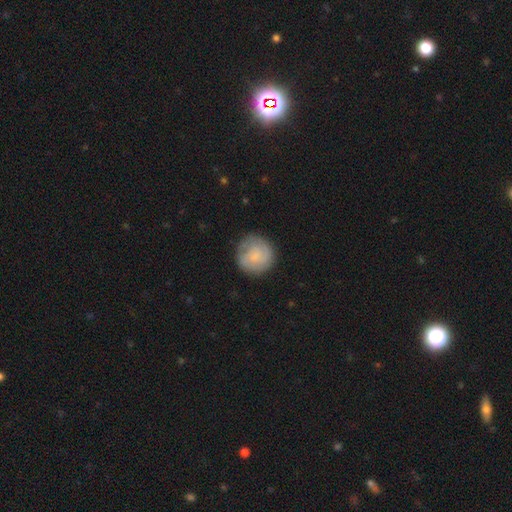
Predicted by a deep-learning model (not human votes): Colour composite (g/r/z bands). It shows a smooth galaxy with no disk features (58%) that is round (92%). Merging: none (79%).